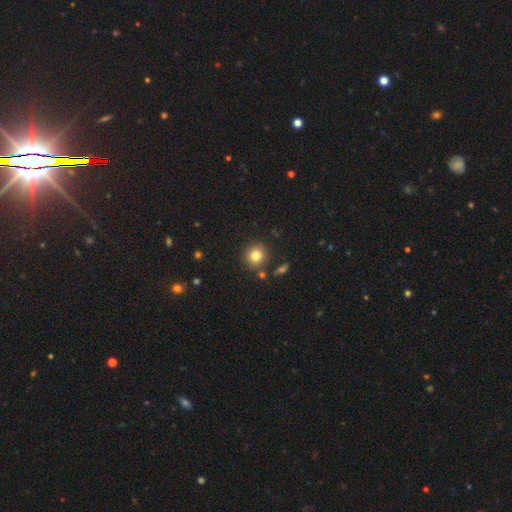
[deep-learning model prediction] Smooth or featured: smooth — 81% (star or artifact — 11%)
How rounded: round — 90% (in between — 9%)
Merging: none — 84% (minor disturbance — 8%)